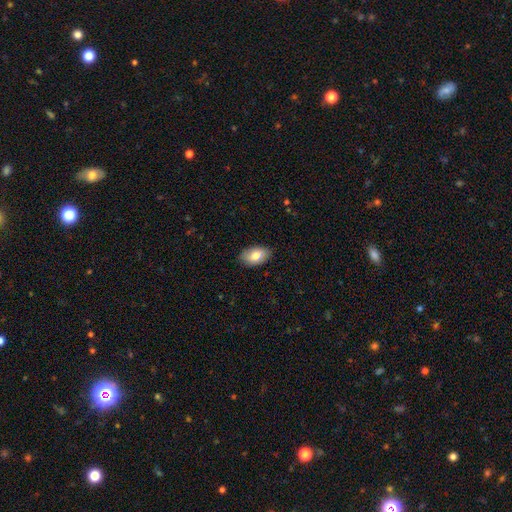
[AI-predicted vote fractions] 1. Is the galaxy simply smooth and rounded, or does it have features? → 81% smooth, 12% featured or disk, 6% star or artifact.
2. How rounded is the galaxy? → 93% in between, 5% round, 2% cigar-shaped.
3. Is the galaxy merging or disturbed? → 84% none, 12% minor disturbance, 2% major disturbance, 1% merger.